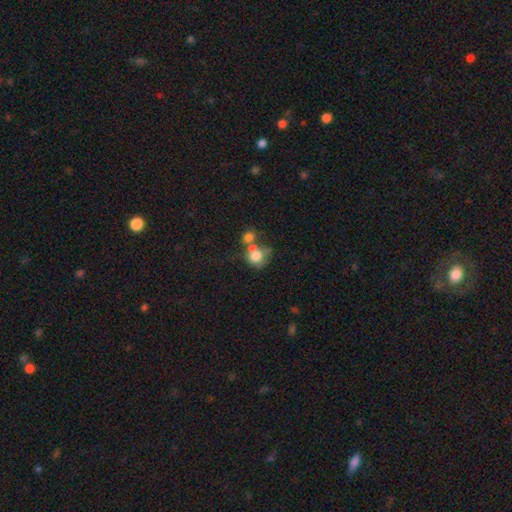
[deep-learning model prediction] Morphology: type=smooth (71%); roundness=round (69%); merging=merger (52%).